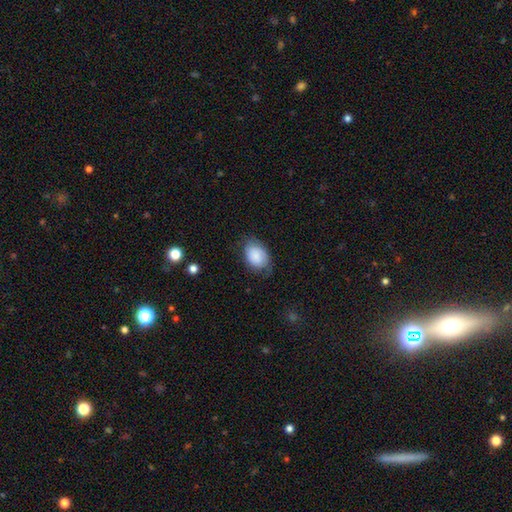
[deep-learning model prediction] smooth 80%, featured or disk 12%, star or artifact 7%. Down the decision tree: how rounded — in between (80%); merging — none (63%).